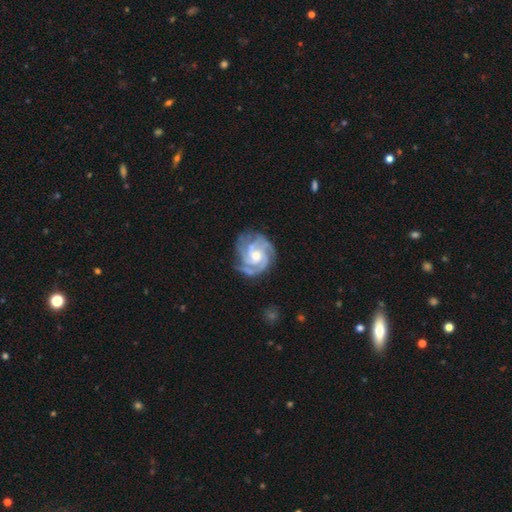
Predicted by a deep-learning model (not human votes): A featured or disk galaxy (91%) with no bar (67%), 3 (44%) tight (62%) spiral arms (98%) and a moderate central bulge (63%). Merging: none (74%).